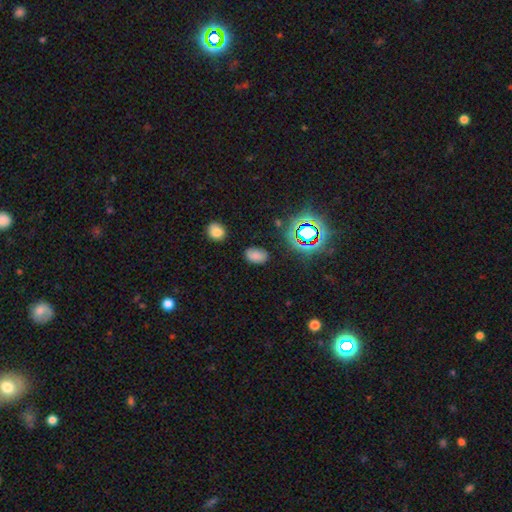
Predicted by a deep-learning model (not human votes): This is likely a smooth galaxy (74%). How rounded: clearly in between (89%). Merging: clearly none (81%).